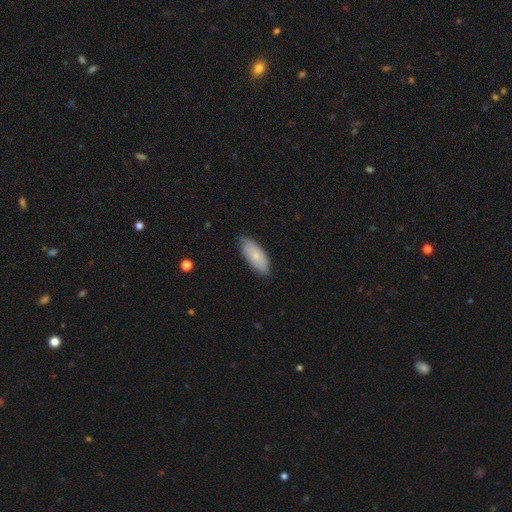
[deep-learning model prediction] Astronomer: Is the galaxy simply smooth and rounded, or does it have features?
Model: smooth — 74%.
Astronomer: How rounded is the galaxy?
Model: in between — 84%.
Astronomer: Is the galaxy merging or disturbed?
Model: none — 77%.